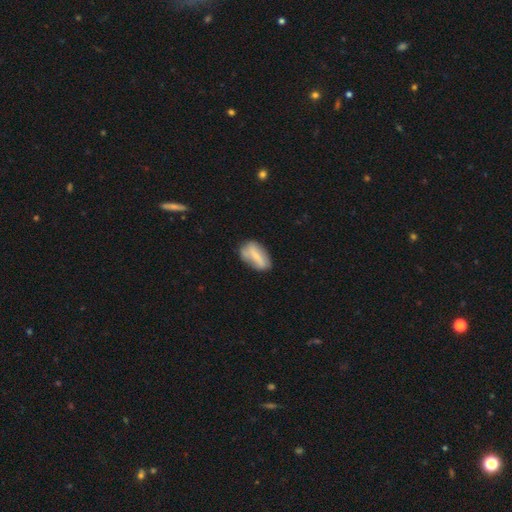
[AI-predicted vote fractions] Smooth or featured? Predicted: smooth (p=0.55). How rounded? Predicted: in between (p=0.85). Merging? Predicted: none (p=0.66).